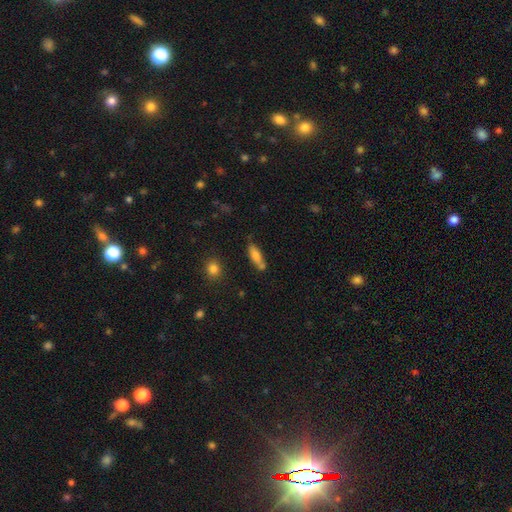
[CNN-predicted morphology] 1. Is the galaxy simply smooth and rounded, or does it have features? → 73% smooth, 19% featured or disk, 8% star or artifact.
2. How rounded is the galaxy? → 55% in between, 43% cigar-shaped, 3% round.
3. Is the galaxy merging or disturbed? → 58% none, 19% merger, 18% minor disturbance, 5% major disturbance.